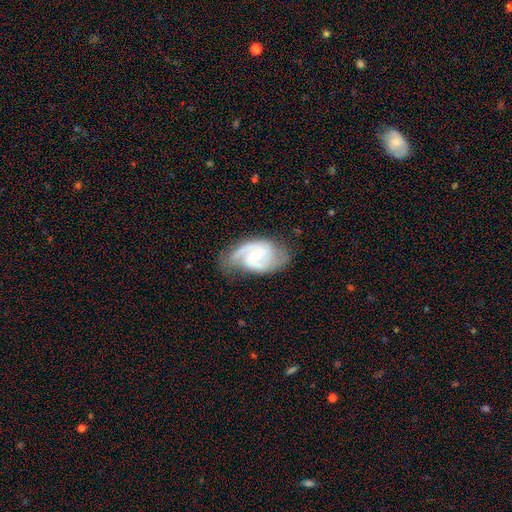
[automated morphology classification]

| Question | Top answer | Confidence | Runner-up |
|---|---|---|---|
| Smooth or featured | featured or disk | 87% | smooth (9%) |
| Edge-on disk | no | 97% | yes (3%) |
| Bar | no | 49% | weak (43%) |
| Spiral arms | yes | 96% | no (4%) |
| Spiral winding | medium | 50% | tight (36%) |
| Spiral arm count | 2 | 76% | 1 (9%) |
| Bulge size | moderate | 53% | small (42%) |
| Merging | none | 68% | minor disturbance (21%) |